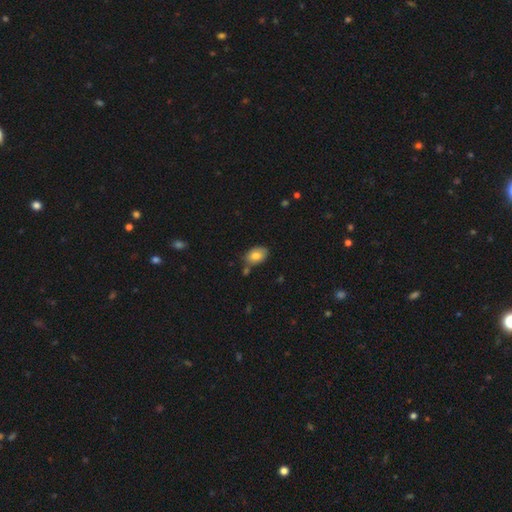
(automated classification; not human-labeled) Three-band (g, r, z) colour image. It shows a smooth galaxy with no disk features (81%) that is in between round and cigar-shaped (86%). Merging: none (70%).